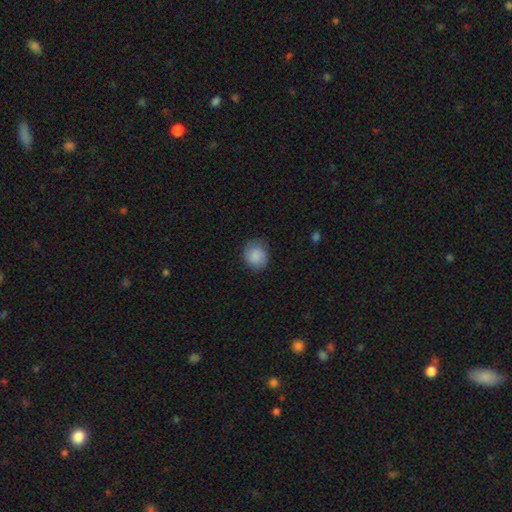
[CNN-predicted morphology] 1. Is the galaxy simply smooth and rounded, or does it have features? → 87% smooth, 7% star or artifact, 5% featured or disk.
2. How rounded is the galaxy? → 81% round, 19% in between, 1% cigar-shaped.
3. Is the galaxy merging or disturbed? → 82% none, 14% minor disturbance, 3% major disturbance, 1% merger.